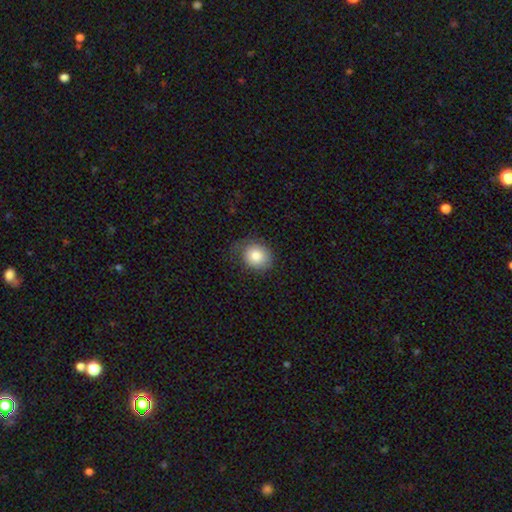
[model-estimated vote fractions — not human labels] Q: Smooth or featured?
A: smooth (82%); runner-up: featured or disk (10%)
Q: How rounded?
A: round (73%); runner-up: in between (26%)
Q: Merging?
A: none (65%); runner-up: minor disturbance (25%)